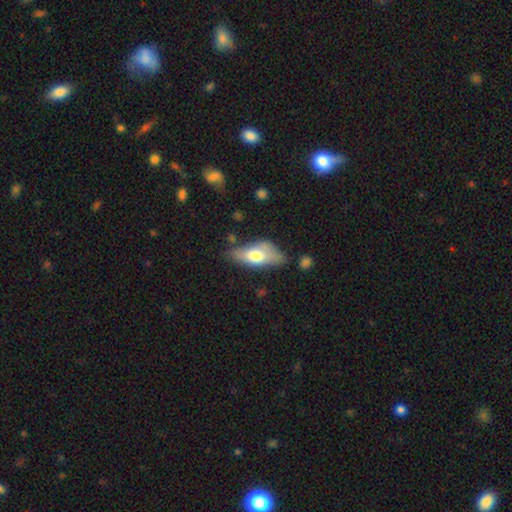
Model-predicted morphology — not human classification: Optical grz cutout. It shows a smooth galaxy with no disk features (64%) that is in between round and cigar-shaped (78%). Merging: none (48%).